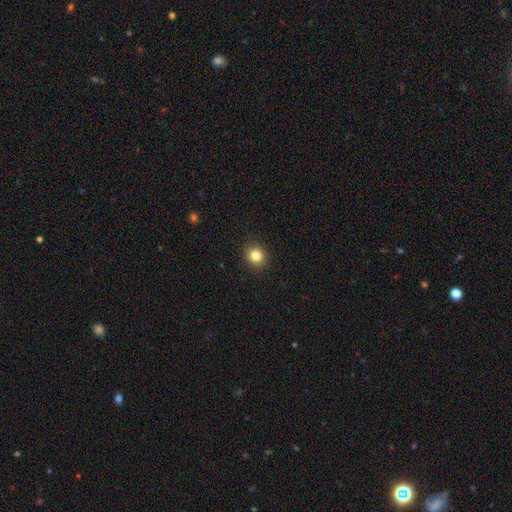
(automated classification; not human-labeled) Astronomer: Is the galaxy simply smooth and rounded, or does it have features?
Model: smooth — 83%.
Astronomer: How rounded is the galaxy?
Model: round — 79%.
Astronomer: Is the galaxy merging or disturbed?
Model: none — 91%.